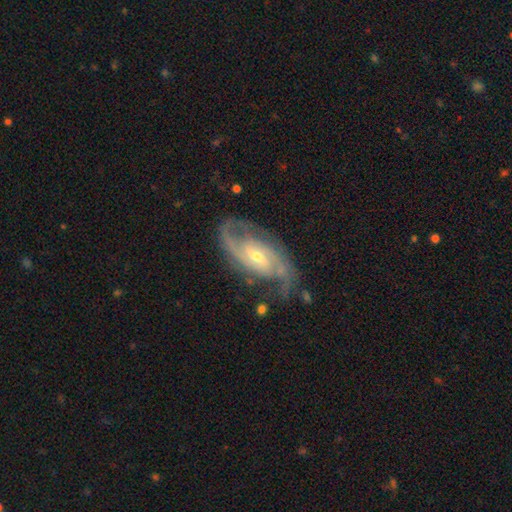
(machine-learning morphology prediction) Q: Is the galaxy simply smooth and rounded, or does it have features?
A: featured or disk — 91%.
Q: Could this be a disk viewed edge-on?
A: no — 96%.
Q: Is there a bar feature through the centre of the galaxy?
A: weak — 47%.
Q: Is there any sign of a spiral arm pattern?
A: yes — 98%.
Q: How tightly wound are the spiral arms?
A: medium — 52%.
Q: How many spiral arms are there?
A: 2 — 83%.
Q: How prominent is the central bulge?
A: small — 54%.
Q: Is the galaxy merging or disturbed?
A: none — 74%.